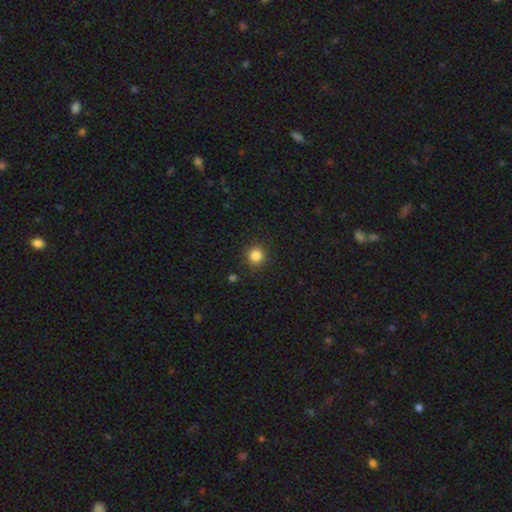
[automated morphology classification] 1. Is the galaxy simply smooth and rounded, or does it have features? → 84% smooth, 12% star or artifact, 4% featured or disk.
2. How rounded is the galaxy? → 93% round, 6% in between, 1% cigar-shaped.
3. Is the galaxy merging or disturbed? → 90% none, 6% minor disturbance, 2% major disturbance, 1% merger.